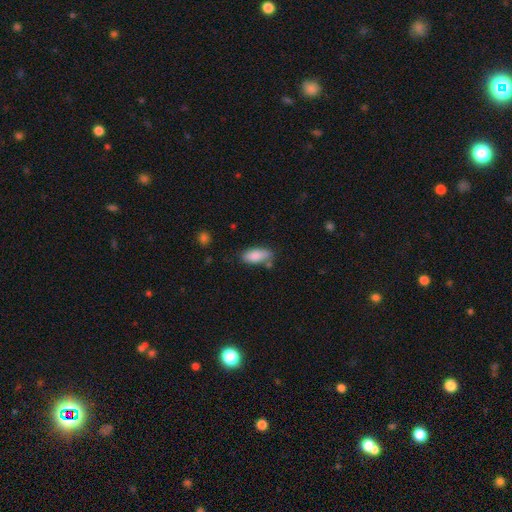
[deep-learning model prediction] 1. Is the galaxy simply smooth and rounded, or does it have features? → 85% smooth, 8% featured or disk, 7% star or artifact.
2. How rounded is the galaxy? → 84% in between, 13% cigar-shaped, 2% round.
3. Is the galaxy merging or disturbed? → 69% none, 20% minor disturbance, 7% merger, 4% major disturbance.